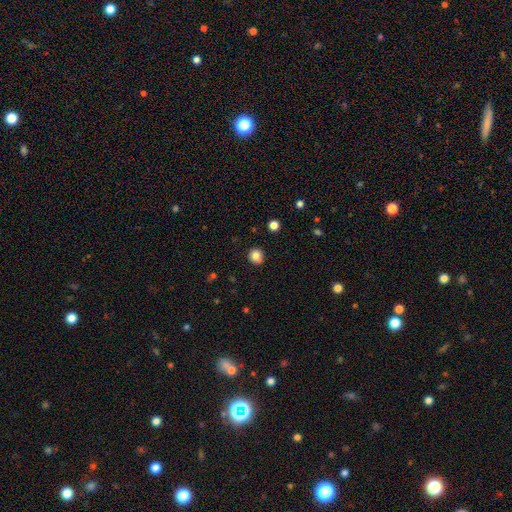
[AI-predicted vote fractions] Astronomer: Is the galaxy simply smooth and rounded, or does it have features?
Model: smooth — 84%.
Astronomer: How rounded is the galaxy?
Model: round — 89%.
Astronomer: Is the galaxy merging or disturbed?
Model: none — 87%.